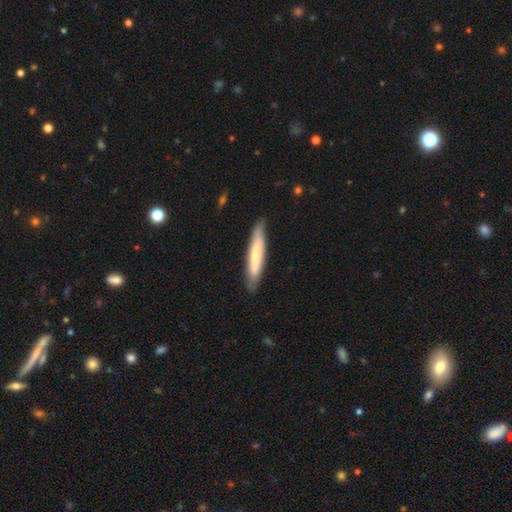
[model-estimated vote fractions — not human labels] Morphology: type=smooth (66%); roundness=cigar-shaped (89%); merging=none (84%).